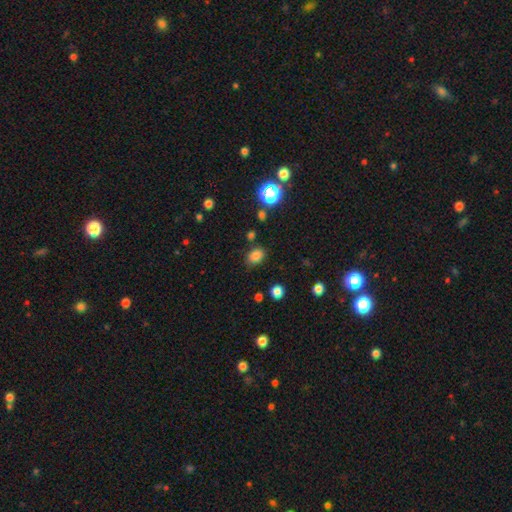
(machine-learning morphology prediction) Smooth or featured? Predicted: smooth (p=0.80). How rounded? Predicted: in between (p=0.62). Merging? Predicted: none (p=0.79).